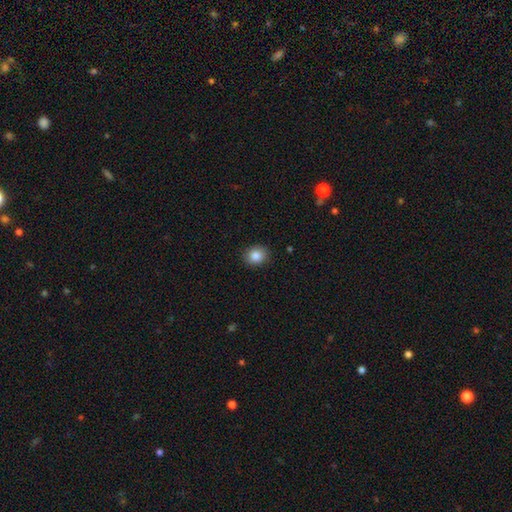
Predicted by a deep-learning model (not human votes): Overall: smooth (86%). How rounded: round (62%; in between 37%). Merging: none (89%).